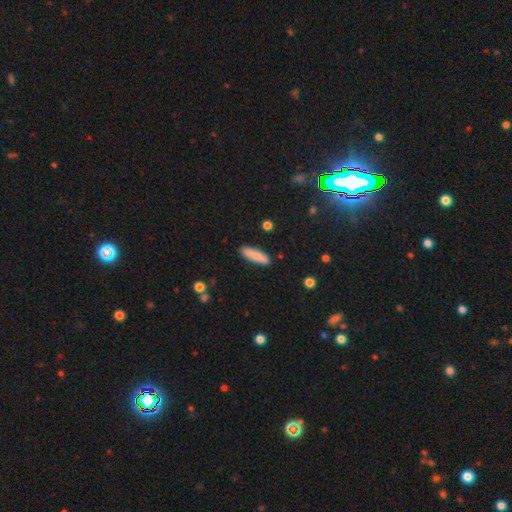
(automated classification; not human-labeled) Smooth or featured? Predicted: smooth (p=0.81). How rounded? Predicted: cigar-shaped (p=0.64). Merging? Predicted: none (p=0.88).